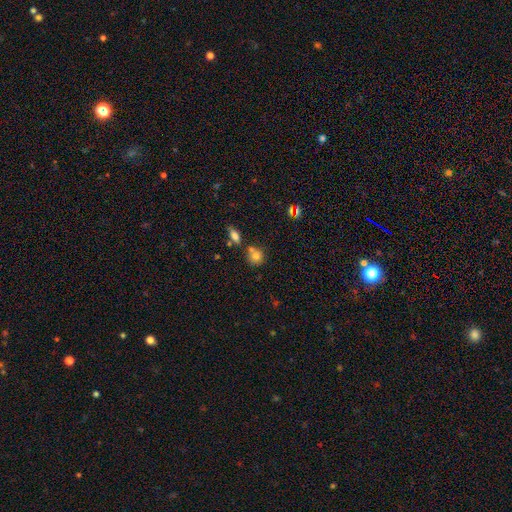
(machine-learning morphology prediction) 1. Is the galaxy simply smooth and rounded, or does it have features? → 75% smooth, 13% featured or disk, 12% star or artifact.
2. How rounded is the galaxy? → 82% round, 16% in between, 2% cigar-shaped.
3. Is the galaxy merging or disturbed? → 55% none, 30% merger, 11% minor disturbance, 4% major disturbance.